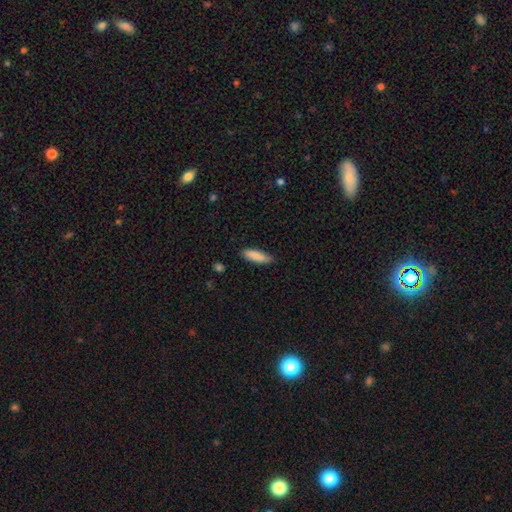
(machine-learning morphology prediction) Smooth or featured? Predicted: smooth (p=0.88). How rounded? Predicted: cigar-shaped (p=0.55). Merging? Predicted: none (p=0.81).